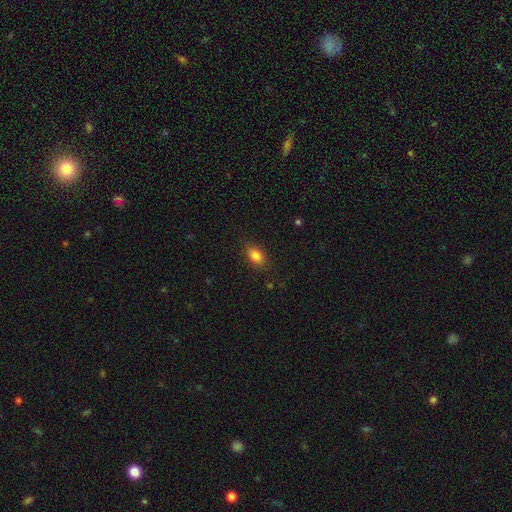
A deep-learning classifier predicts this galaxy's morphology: Q: Smooth or featured?
A: smooth (83%); runner-up: star or artifact (9%)
Q: How rounded?
A: in between (84%); runner-up: round (13%)
Q: Merging?
A: none (84%); runner-up: minor disturbance (12%)